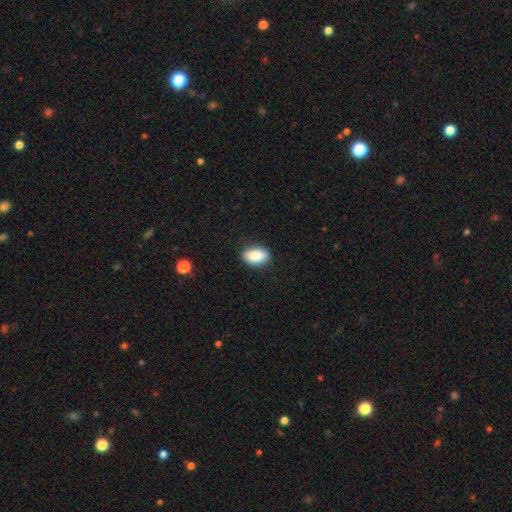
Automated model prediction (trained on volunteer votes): A smooth galaxy with no disk features (89%) that is in between round and cigar-shaped (91%). Merging: none (86%).